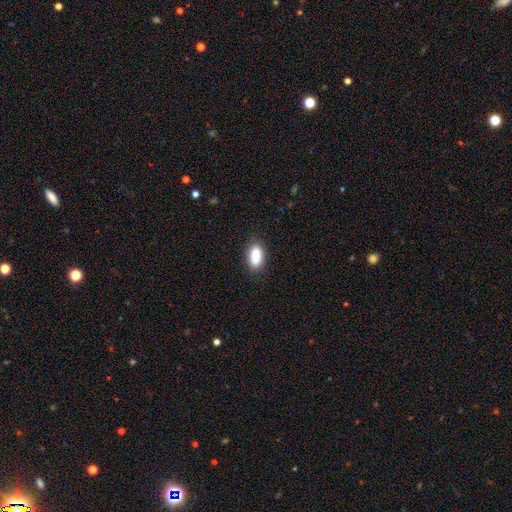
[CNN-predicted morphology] Smooth or featured? Predicted: smooth (p=0.85). How rounded? Predicted: in between (p=0.89). Merging? Predicted: none (p=0.79).